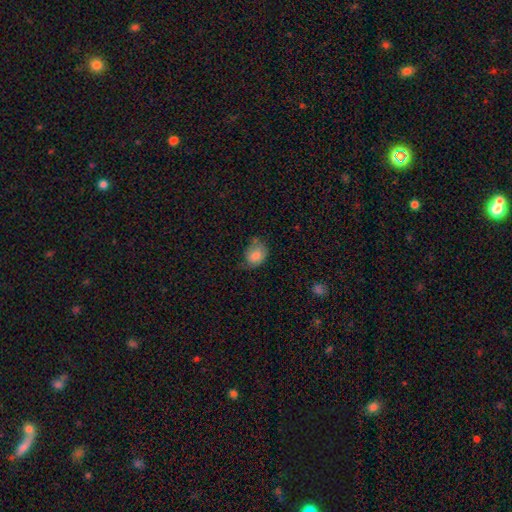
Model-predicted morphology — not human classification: Smooth or featured? smooth (82%)
How rounded? in between (61%)
Merging? none (49%)